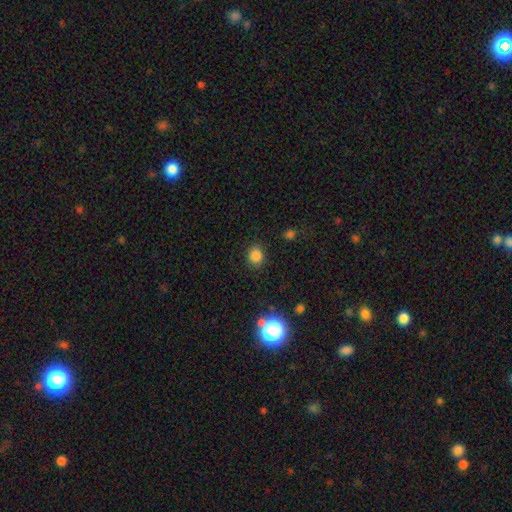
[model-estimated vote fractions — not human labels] smooth-or-featured: smooth: 80% | star or artifact: 15% | featured or disk: 5%
  how-rounded: round: 61% | in between: 38% | cigar-shaped: 1%
  merging: none: 86% | minor disturbance: 9% | major disturbance: 3% | merger: 2%